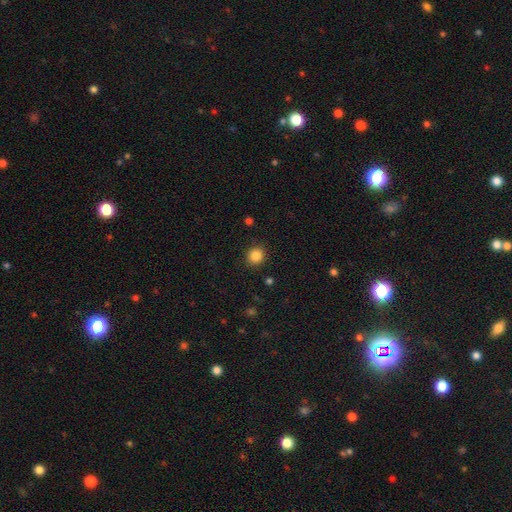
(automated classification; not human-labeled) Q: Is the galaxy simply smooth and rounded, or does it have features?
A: smooth — 85%.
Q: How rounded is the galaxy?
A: round — 85%.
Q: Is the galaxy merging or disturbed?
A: none — 90%.